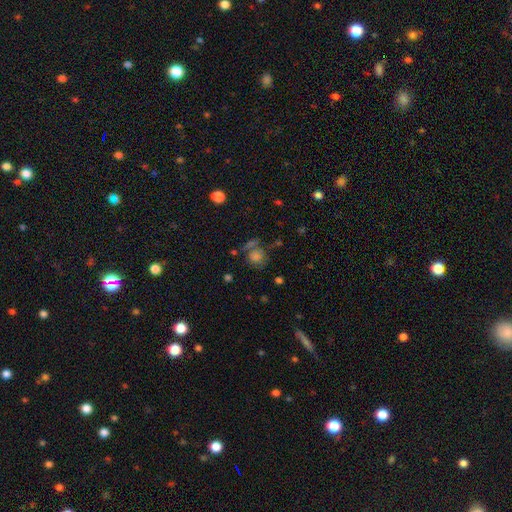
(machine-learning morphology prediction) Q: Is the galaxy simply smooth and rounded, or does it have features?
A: smooth — 46%.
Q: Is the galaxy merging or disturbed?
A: none — 54%.